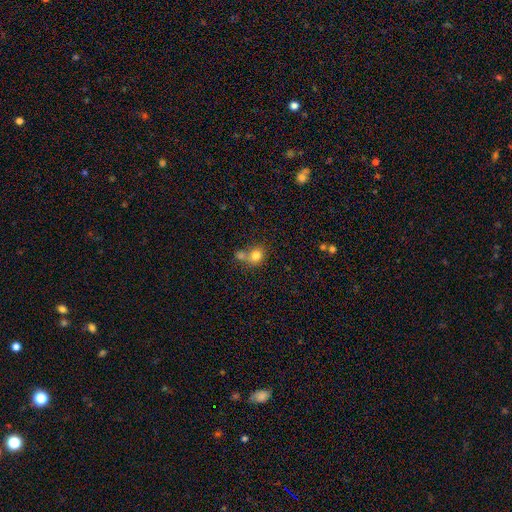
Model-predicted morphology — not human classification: Smooth or featured?
  - smooth: 79% *
  - star or artifact: 11%
  - featured or disk: 10%
How rounded?
  - round: 72% *
  - in between: 27%
  - cigar-shaped: 1%
Merging?
  - merger: 43% *
  - none: 42%
  - minor disturbance: 10%
  - major disturbance: 5%